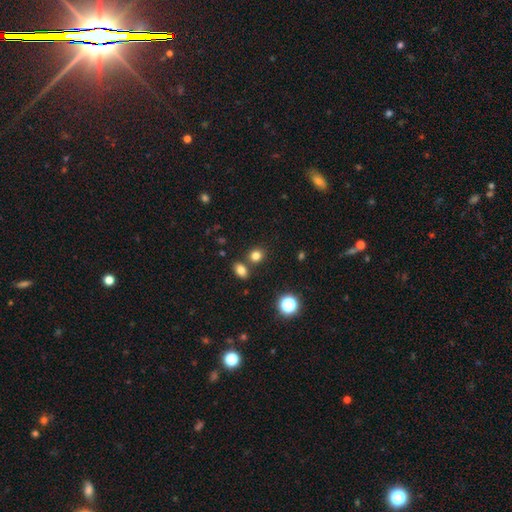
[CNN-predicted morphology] The model was most divided on "how rounded": round: 73%, in between: 26%, cigar-shaped: 1%. More confident: smooth or featured — smooth (79%); merging — none (73%).